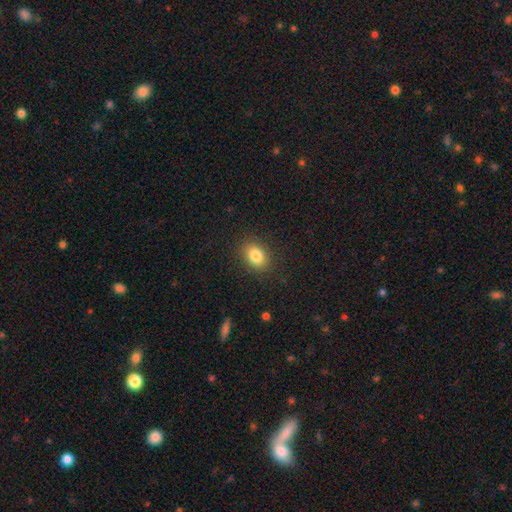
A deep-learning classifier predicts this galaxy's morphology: type=smooth (84%); roundness=in between (67%); merging=none (87%).